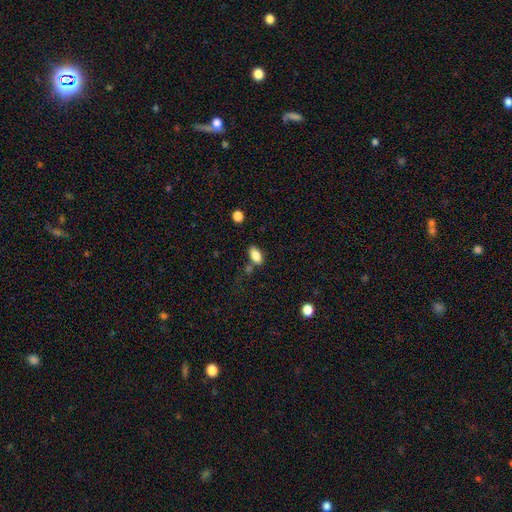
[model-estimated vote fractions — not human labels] Overall: smooth (84%). How rounded: in between (90%). Merging: none (71%).